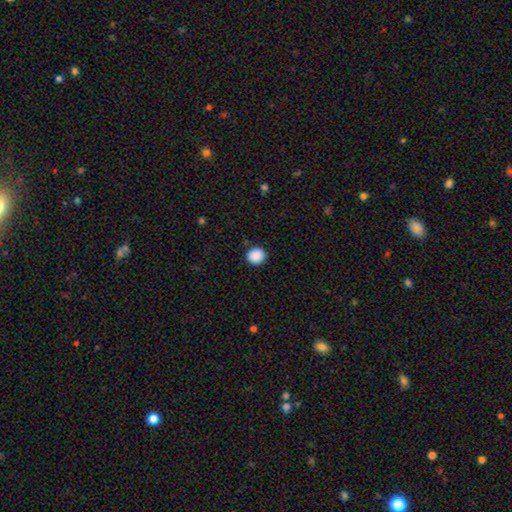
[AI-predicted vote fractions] Overall: smooth (89%). How rounded: round (85%). Merging: none (90%).